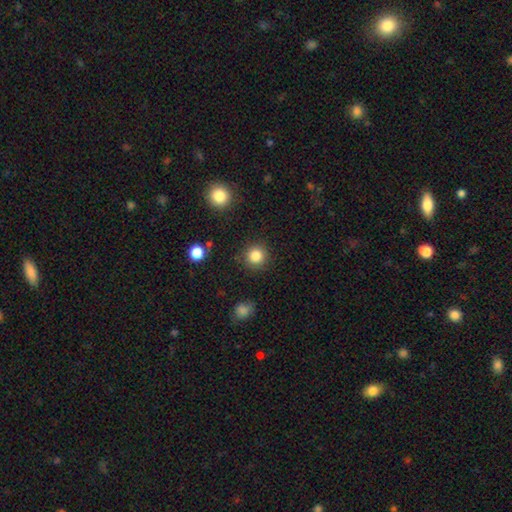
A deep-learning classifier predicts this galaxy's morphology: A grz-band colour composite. It shows a smooth galaxy with no disk features (84%) that is round (93%). Merging: none (89%).